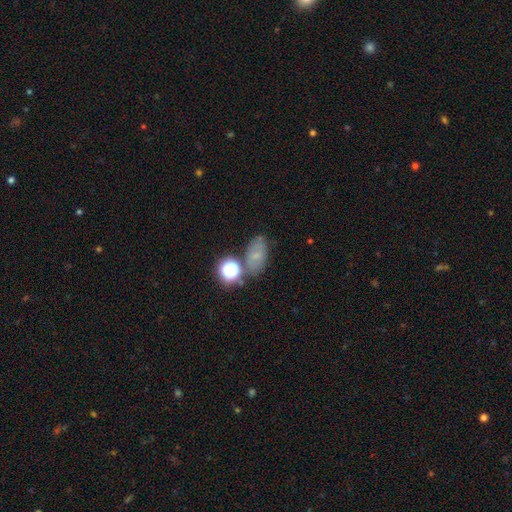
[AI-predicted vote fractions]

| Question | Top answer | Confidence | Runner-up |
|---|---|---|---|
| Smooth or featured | smooth | 52% | star or artifact (26%) |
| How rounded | in between | 78% | round (20%) |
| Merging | none | 62% | minor disturbance (18%) |